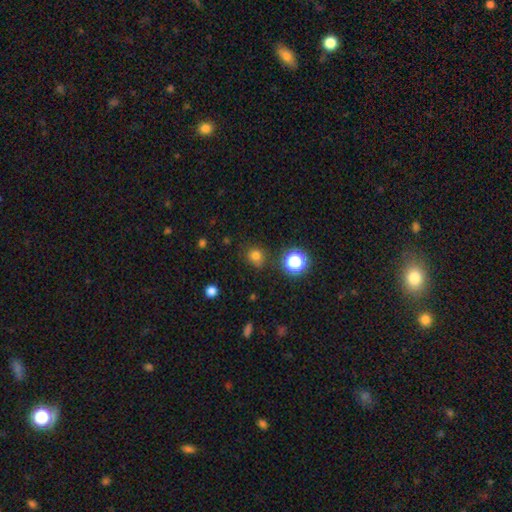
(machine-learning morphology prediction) smooth-or-featured: smooth: 76% | star or artifact: 19% | featured or disk: 6%
  how-rounded: round: 85% | in between: 14% | cigar-shaped: 1%
  merging: none: 77% | minor disturbance: 14% | major disturbance: 4% | merger: 4%